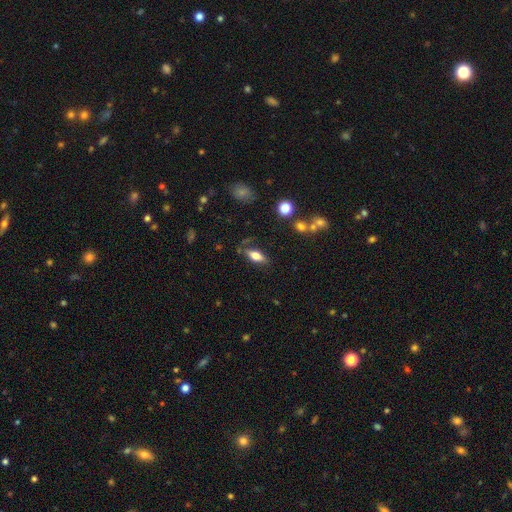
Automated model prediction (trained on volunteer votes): Smooth or featured? Predicted: smooth (p=0.64). How rounded? Predicted: in between (p=0.72). Merging? Predicted: none (p=0.75).